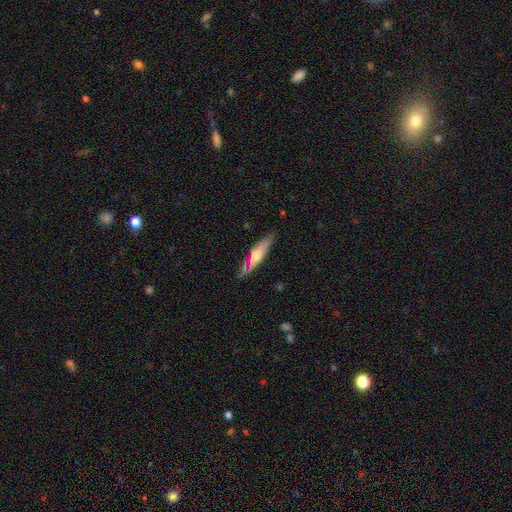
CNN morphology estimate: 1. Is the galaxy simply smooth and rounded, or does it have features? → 49% smooth, 45% featured or disk, 6% star or artifact.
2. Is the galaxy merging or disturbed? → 76% none, 17% minor disturbance, 4% major disturbance, 3% merger.